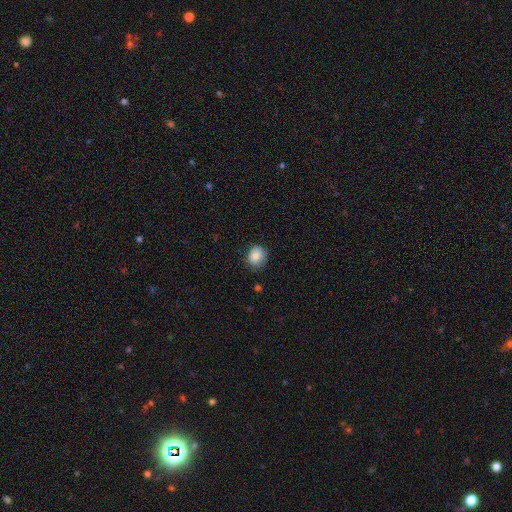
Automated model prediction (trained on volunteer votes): Morphology: type=smooth (85%); roundness=round (66%); merging=none (73%).